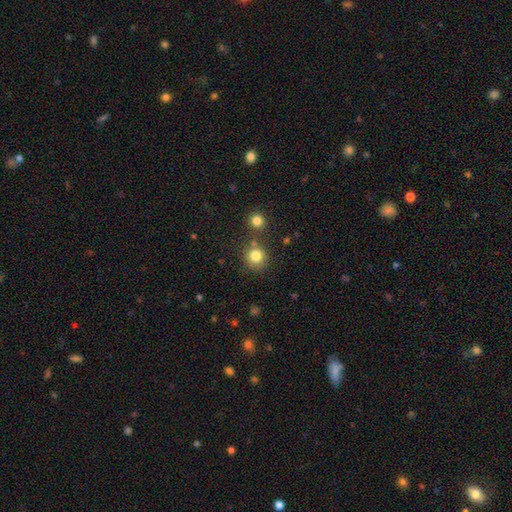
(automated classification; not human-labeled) Smooth or featured: smooth — 82% (star or artifact — 12%)
How rounded: round — 91% (in between — 8%)
Merging: none — 74% (merger — 14%)